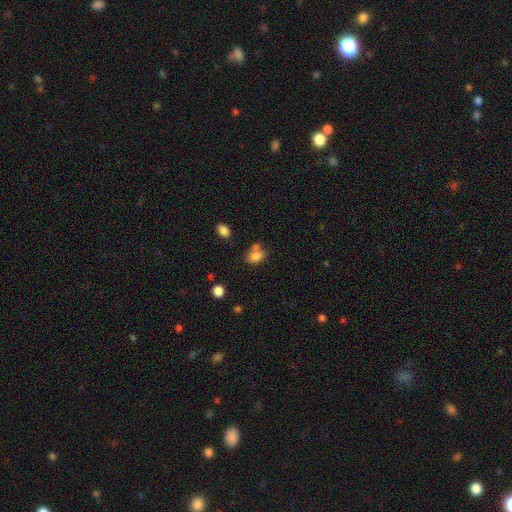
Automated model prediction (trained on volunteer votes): The model was most divided on "merging": none: 47%, merger: 30%, minor disturbance: 17%, major disturbance: 6%. More confident: smooth or featured — smooth (80%); how rounded — in between (74%).